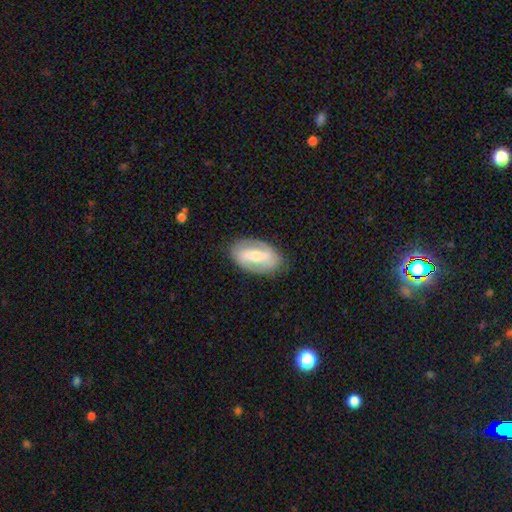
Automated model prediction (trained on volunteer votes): featured or disk 67%, smooth 27%, star or artifact 5%. Down the decision tree: edge-on disk — no (92%); bar — strong (62%); spiral arms — yes (64%); bulge size — moderate (51%); merging — none (80%).